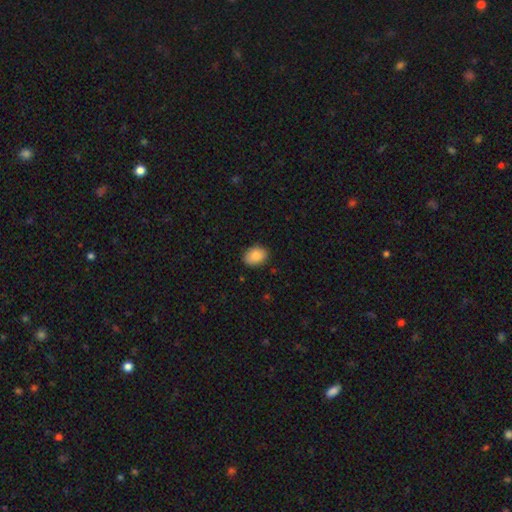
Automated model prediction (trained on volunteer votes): smooth_or_featured: smooth (p=0.88) [alt: star or artifact p=0.07]
how_rounded: in between (p=0.71) [alt: round p=0.28]
merging: none (p=0.85) [alt: minor disturbance p=0.12]